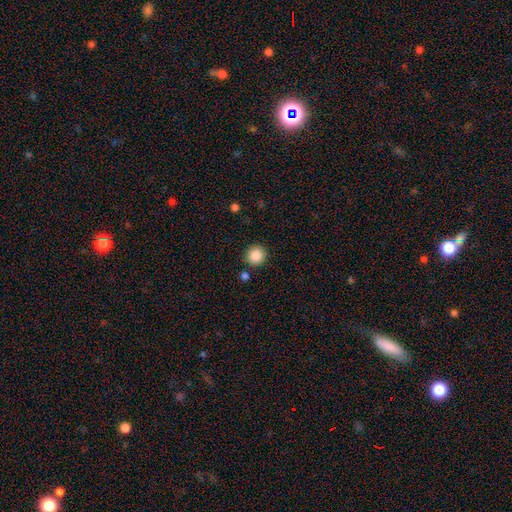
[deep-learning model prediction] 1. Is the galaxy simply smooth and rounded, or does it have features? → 87% smooth, 9% star or artifact, 4% featured or disk.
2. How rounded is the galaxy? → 94% round, 6% in between, 1% cigar-shaped.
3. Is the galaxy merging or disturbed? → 88% none, 7% minor disturbance, 4% merger, 2% major disturbance.